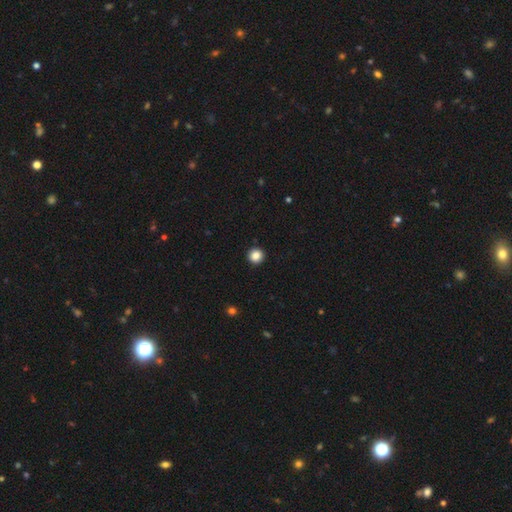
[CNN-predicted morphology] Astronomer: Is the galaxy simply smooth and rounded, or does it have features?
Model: smooth — 86%.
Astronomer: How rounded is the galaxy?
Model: round — 95%.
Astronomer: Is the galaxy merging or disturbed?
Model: none — 93%.